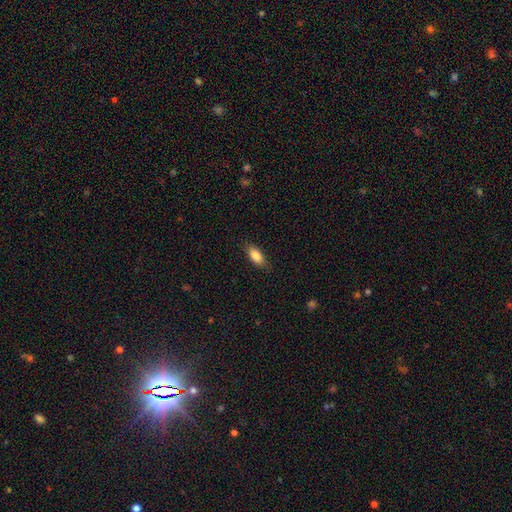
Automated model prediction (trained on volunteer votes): Overall: smooth (85%). How rounded: in between (84%). Merging: none (83%).